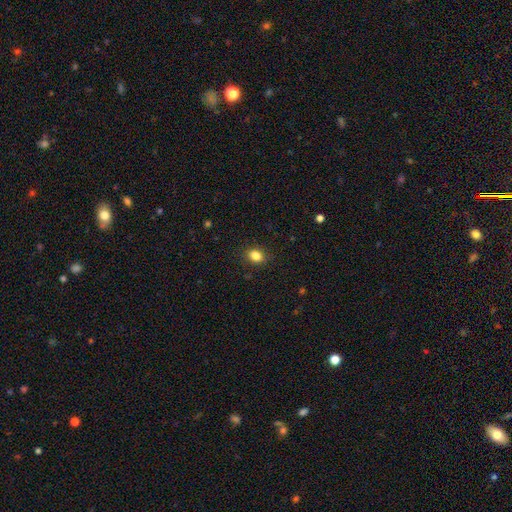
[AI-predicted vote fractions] Smooth or featured? smooth (85%)
How rounded? in between (65%)
Merging? none (88%)